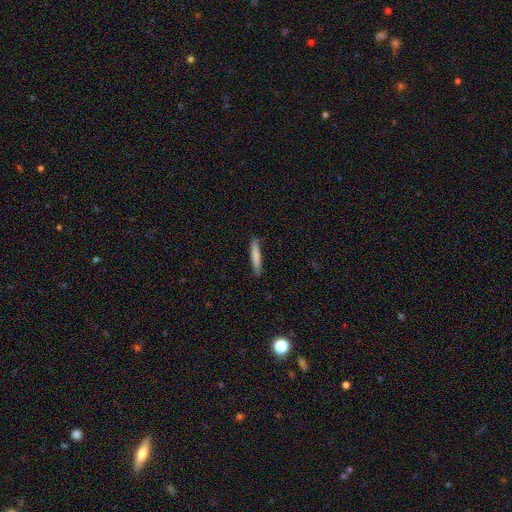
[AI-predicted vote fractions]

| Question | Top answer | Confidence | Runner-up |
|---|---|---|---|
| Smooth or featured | smooth | 78% | featured or disk (16%) |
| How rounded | cigar-shaped | 92% | in between (6%) |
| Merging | none | 86% | minor disturbance (11%) |